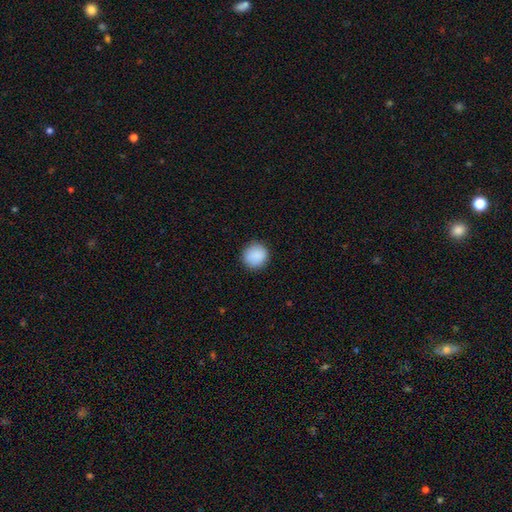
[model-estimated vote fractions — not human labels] smooth_or_featured: smooth (p=0.89) [alt: star or artifact p=0.07]
how_rounded: round (p=0.92) [alt: in between p=0.07]
merging: none (p=0.90) [alt: minor disturbance p=0.07]